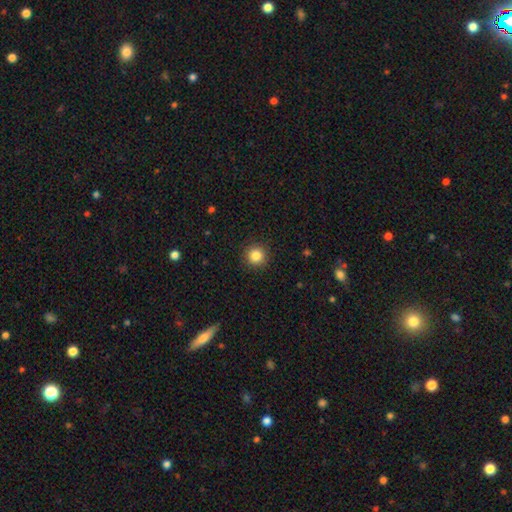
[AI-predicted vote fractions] A smooth galaxy with no disk features (85%) that is round (95%). Merging: none (91%).